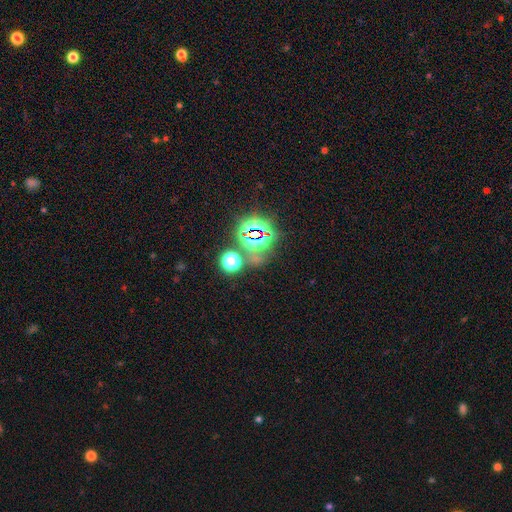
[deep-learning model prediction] A star or artifact, not a galaxy (70%).